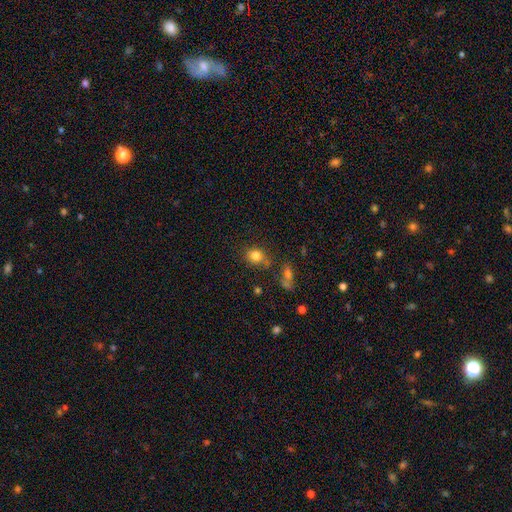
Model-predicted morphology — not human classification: This appears to be a smooth galaxy with no disk features (81%) that is round (62%). Merging: none (64%).